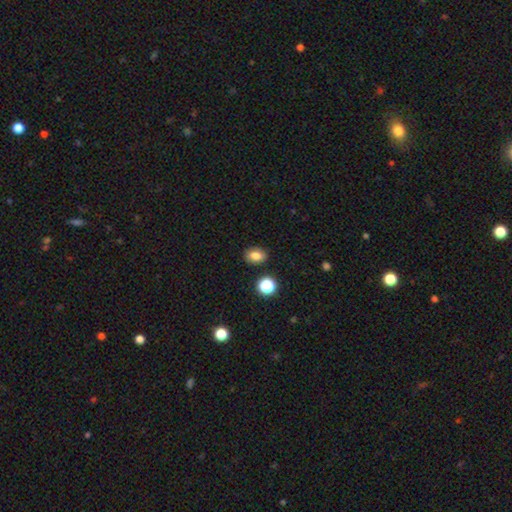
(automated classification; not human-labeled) Q: Smooth or featured?
A: smooth (80%); runner-up: star or artifact (12%)
Q: How rounded?
A: in between (72%); runner-up: round (27%)
Q: Merging?
A: none (86%); runner-up: minor disturbance (9%)